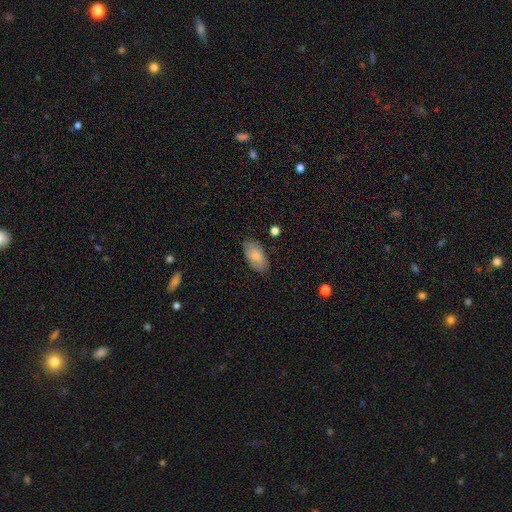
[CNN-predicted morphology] smooth 78%, featured or disk 15%, star or artifact 7%. Down the decision tree: how rounded — in between (94%); merging — none (78%).